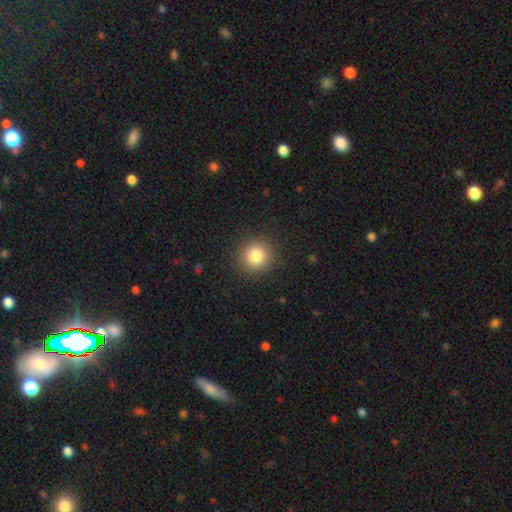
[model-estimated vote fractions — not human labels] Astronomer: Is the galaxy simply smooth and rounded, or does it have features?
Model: smooth — 83%.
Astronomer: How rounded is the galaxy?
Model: round — 92%.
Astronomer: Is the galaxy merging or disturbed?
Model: none — 90%.